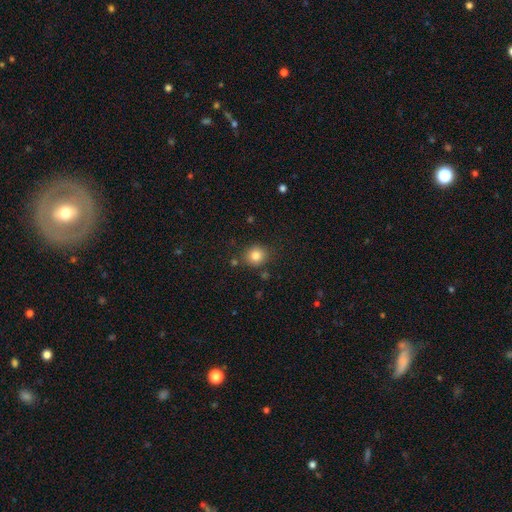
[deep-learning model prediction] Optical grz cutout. It shows a smooth galaxy with no disk features (82%) that is round (83%). Merging: none (83%).